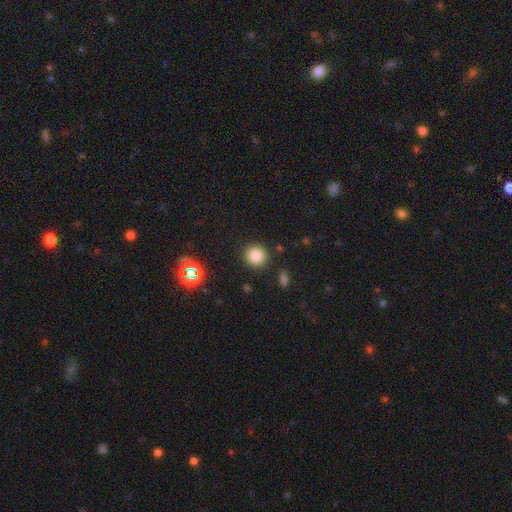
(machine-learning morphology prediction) type=smooth (81%); roundness=round (91%); merging=none (88%).